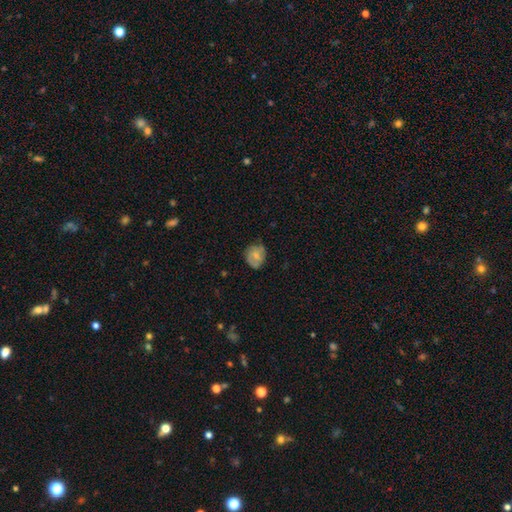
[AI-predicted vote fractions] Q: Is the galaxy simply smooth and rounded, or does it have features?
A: smooth — 54%.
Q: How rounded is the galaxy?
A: round — 64%.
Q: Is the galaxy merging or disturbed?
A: none — 63%.